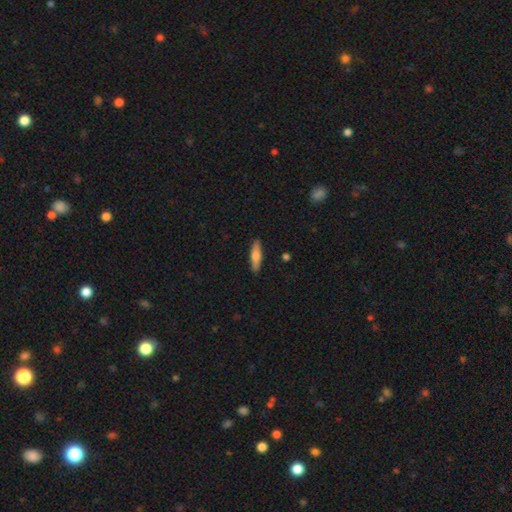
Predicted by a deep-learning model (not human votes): smooth_or_featured: smooth (p=0.68) [alt: featured or disk p=0.26]
how_rounded: cigar-shaped (p=0.71) [alt: in between p=0.27]
merging: none (p=0.89) [alt: minor disturbance p=0.08]